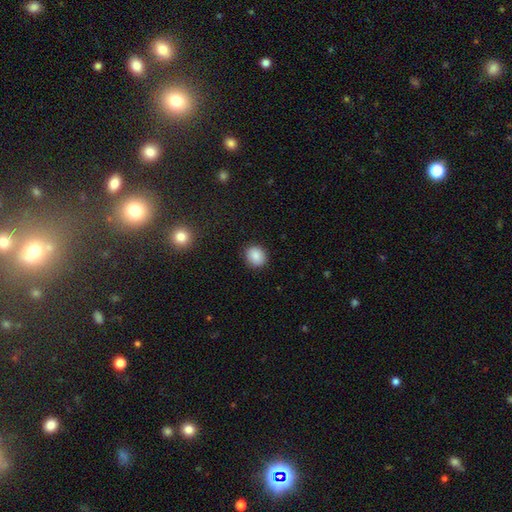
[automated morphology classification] This appears to be a smooth galaxy with no disk features (87%) that is round (75%). Merging: none (89%).